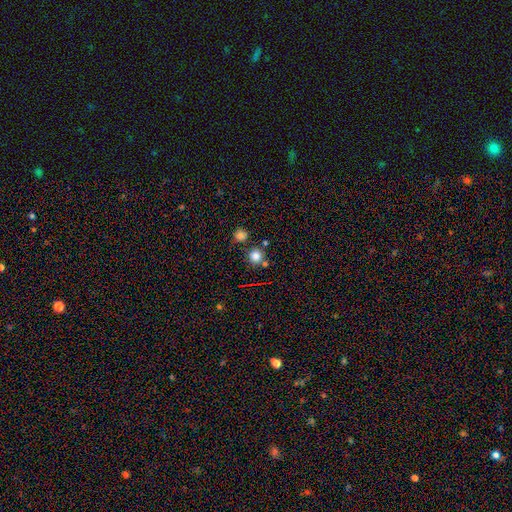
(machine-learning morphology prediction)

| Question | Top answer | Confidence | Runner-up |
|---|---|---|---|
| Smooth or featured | smooth | 79% | star or artifact (14%) |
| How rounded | round | 94% | in between (5%) |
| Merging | none | 77% | merger (12%) |